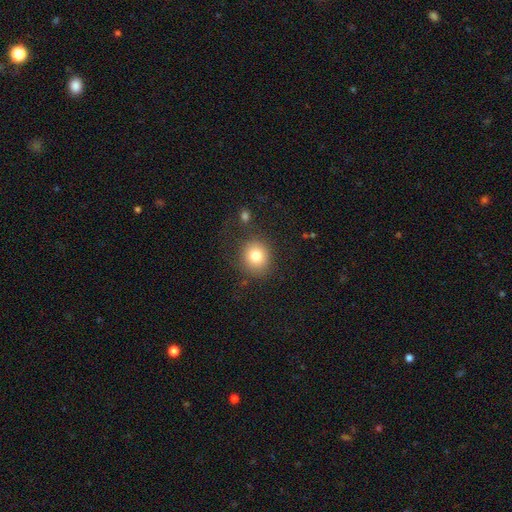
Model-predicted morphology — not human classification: Smooth or featured: smooth — 80% (star or artifact — 11%)
How rounded: round — 81% (in between — 18%)
Merging: none — 80% (minor disturbance — 12%)